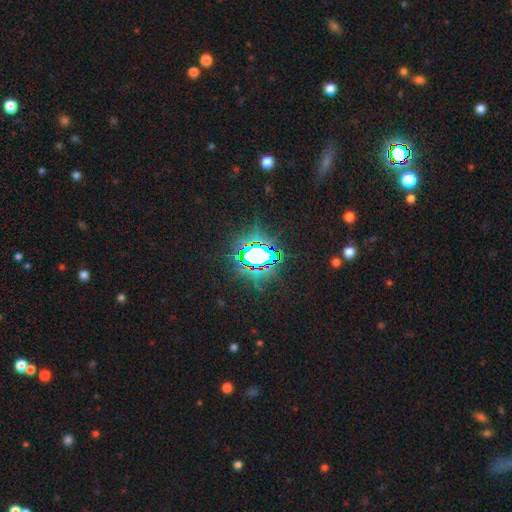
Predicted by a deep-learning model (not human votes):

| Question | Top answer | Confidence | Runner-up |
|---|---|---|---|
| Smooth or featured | star or artifact | 75% | smooth (14%) |